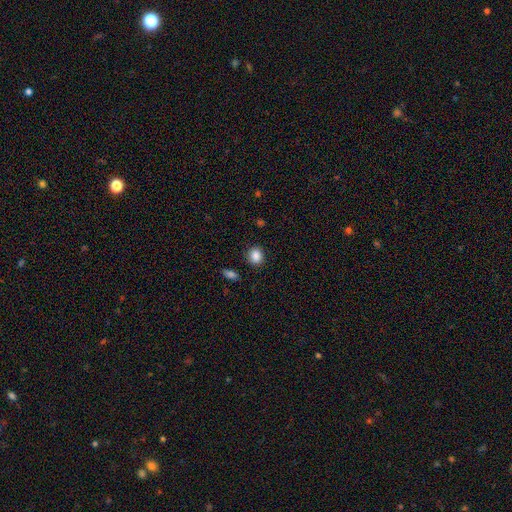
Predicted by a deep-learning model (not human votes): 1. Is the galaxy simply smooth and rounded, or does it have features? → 86% smooth, 9% star or artifact, 4% featured or disk.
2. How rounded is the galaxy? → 78% round, 21% in between, 1% cigar-shaped.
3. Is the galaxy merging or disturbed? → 88% none, 8% minor disturbance, 2% major disturbance, 2% merger.